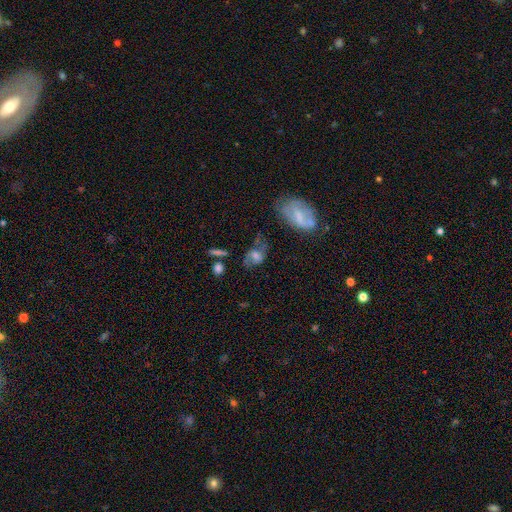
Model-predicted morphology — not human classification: Smooth or featured?
  - featured or disk: 44% * (tied)
  - smooth: 44% * (tied)
  - star or artifact: 11%
Merging?
  - none: 45% *
  - minor disturbance: 27%
  - major disturbance: 21%
  - merger: 7%